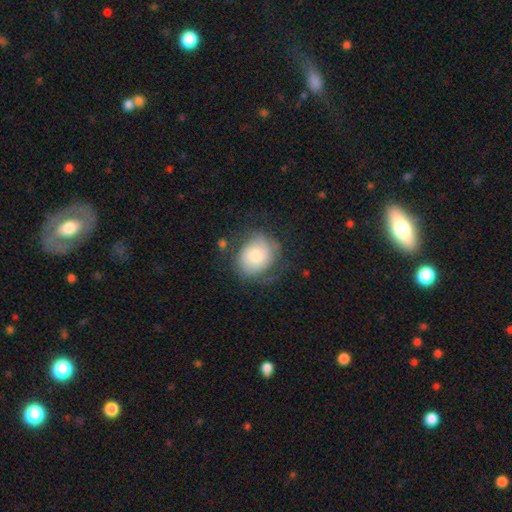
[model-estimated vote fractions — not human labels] This appears to be a smooth galaxy with no disk features (62%) that is round (60%). Merging: none (54%).